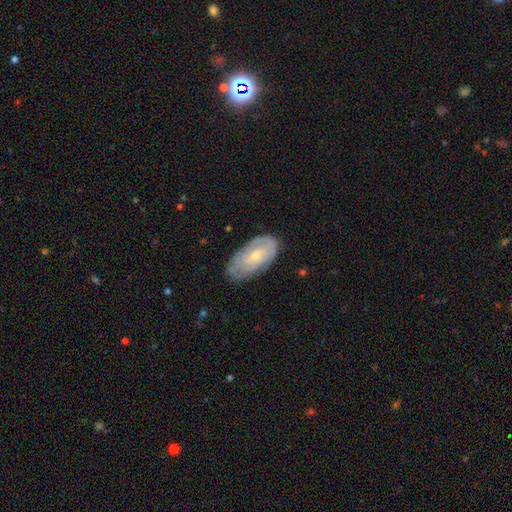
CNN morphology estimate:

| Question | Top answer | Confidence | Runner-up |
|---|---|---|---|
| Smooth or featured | featured or disk | 51% | smooth (43%) |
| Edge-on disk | no | 90% | yes (10%) |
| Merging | none | 67% | minor disturbance (25%) |